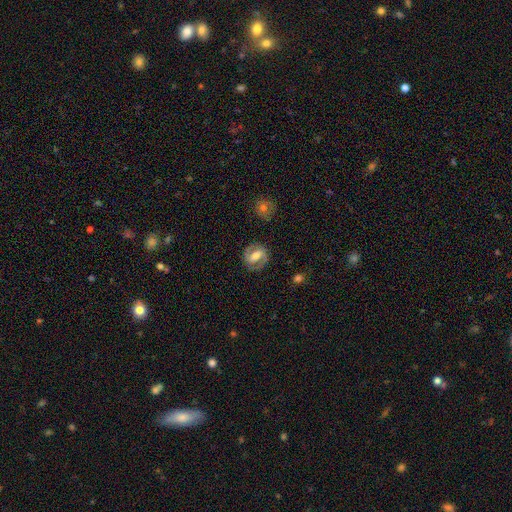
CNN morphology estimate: This is likely a featured or disk galaxy (74%). It is clearly not viewed edge-on (96%). Bar: possibly strong (46%). Spiral arm pattern: clearly yes (86%). Spiral arm count: clearly 2 (88%). Spiral winding: possibly medium (47%). Central bulge: likely moderate (63%). Merging: clearly none (84%).